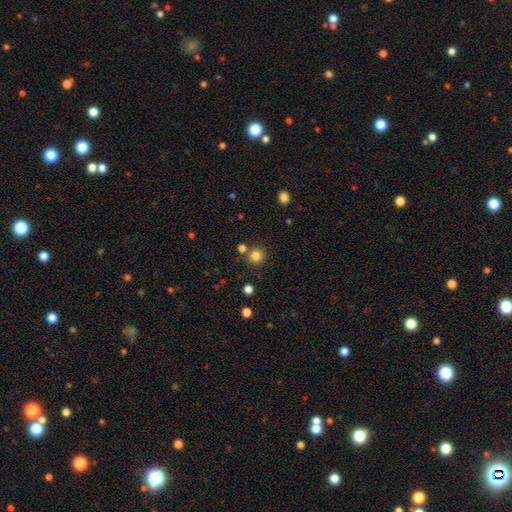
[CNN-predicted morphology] smooth 82%, star or artifact 13%, featured or disk 5%. Down the decision tree: how rounded — round (93%); merging — none (81%).